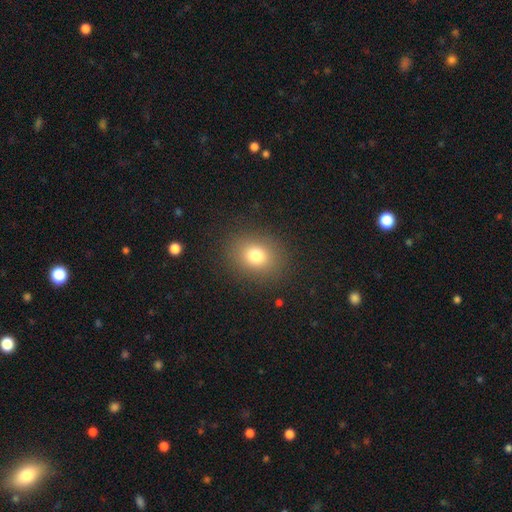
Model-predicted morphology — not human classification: Smooth or featured? smooth (78%)
How rounded? round (60%)
Merging? none (87%)